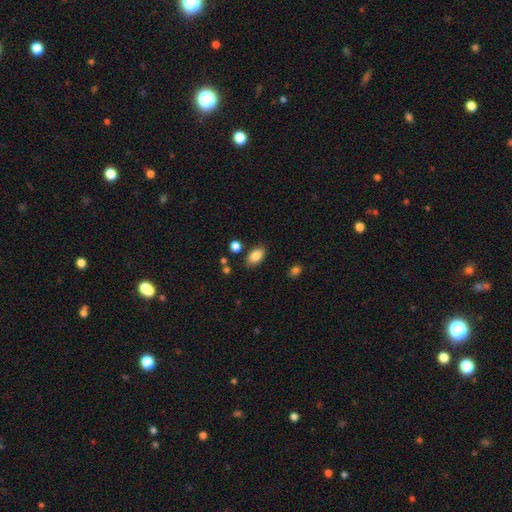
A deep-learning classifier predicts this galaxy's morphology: Overall: smooth (85%). How rounded: in between (91%). Merging: none (82%).